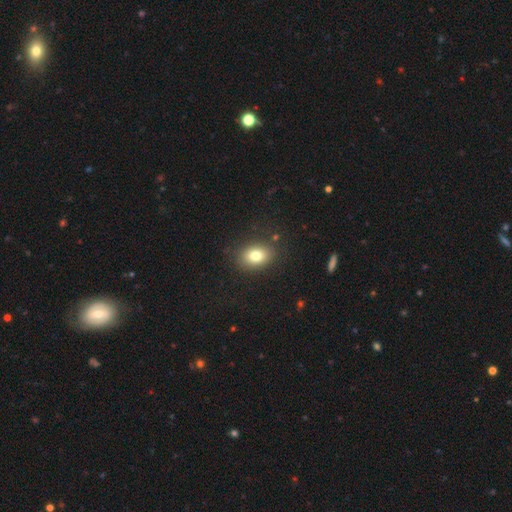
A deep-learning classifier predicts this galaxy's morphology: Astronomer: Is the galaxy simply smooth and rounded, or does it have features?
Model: smooth — 78%.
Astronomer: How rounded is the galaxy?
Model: in between — 71%.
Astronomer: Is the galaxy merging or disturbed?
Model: none — 85%.